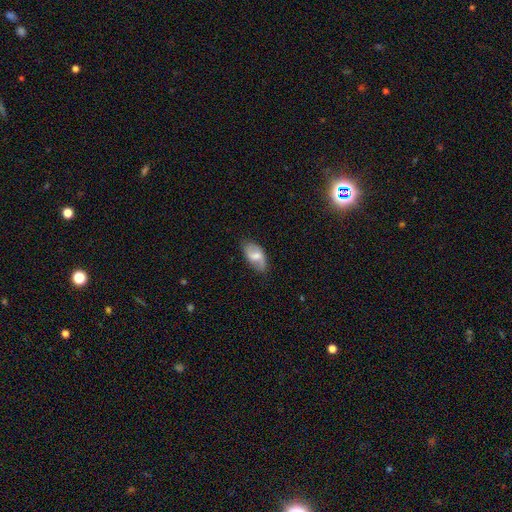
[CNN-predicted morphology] This is possibly a smooth galaxy (49%). Merging: likely none (72%).